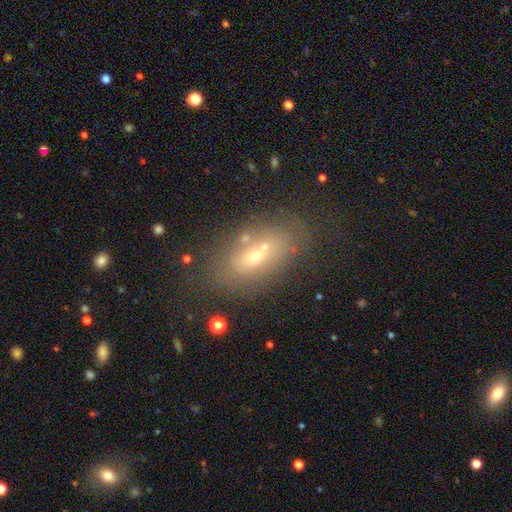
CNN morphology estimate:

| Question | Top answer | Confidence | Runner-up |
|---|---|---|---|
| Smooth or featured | smooth | 50% | featured or disk (35%) |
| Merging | none | 58% | merger (19%) |